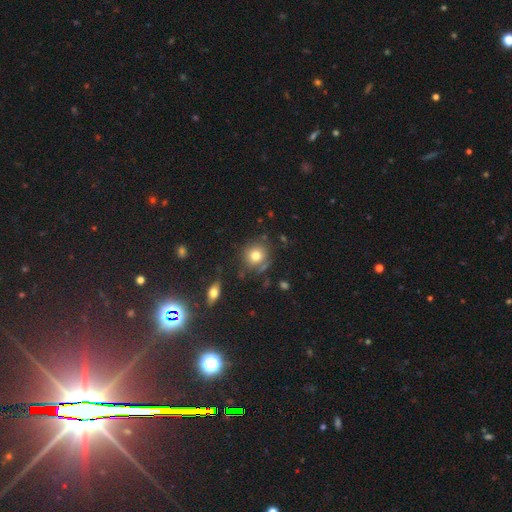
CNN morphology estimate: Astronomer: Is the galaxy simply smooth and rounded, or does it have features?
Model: smooth — 77%.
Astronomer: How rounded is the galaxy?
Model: round — 88%.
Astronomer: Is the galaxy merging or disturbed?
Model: none — 77%.